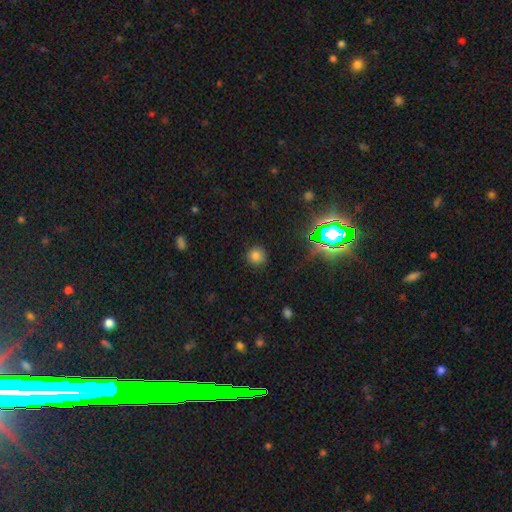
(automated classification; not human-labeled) smooth-or-featured: smooth: 75% | star or artifact: 19% | featured or disk: 6%
  how-rounded: round: 93% | in between: 6% | cigar-shaped: 1%
  merging: none: 88% | minor disturbance: 8% | major disturbance: 3% | merger: 1%